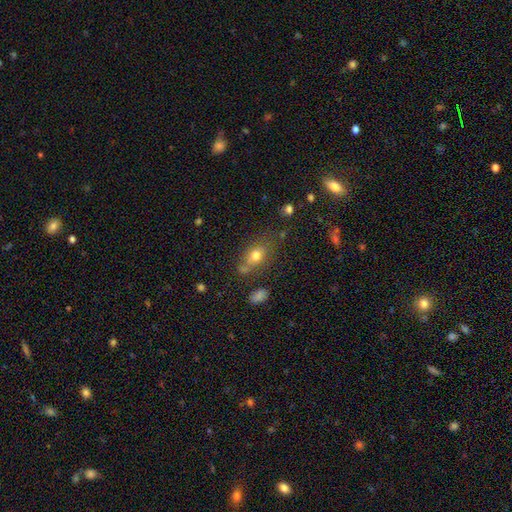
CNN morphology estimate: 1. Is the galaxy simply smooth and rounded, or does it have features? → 73% smooth, 14% featured or disk, 12% star or artifact.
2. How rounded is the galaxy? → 67% in between, 29% round, 4% cigar-shaped.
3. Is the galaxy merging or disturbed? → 57% none, 20% minor disturbance, 15% merger, 8% major disturbance.